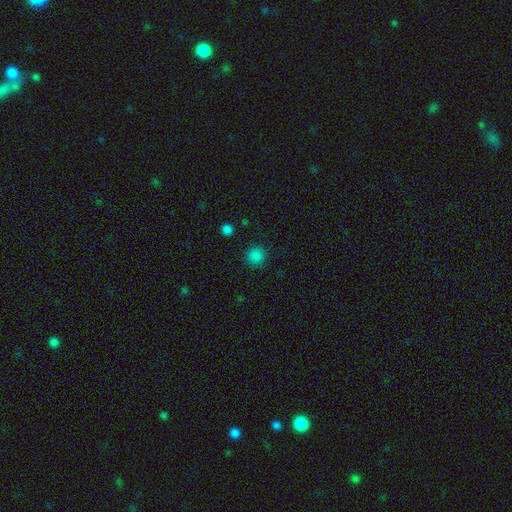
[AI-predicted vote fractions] smooth 85%, star or artifact 13%, featured or disk 3%. Down the decision tree: how rounded — round (94%); merging — none (90%).